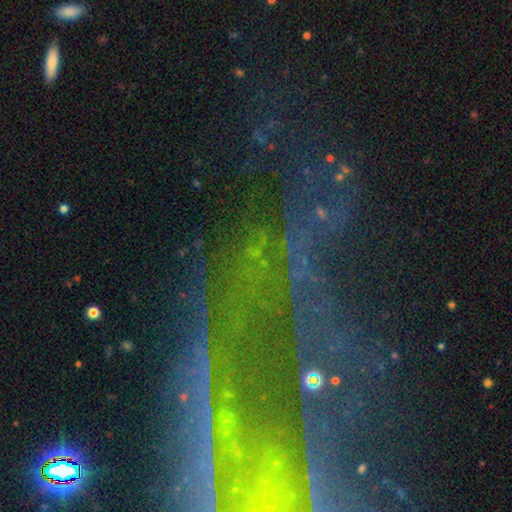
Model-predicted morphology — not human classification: smooth_or_featured: star or artifact (p=0.67) [alt: featured or disk p=0.22]